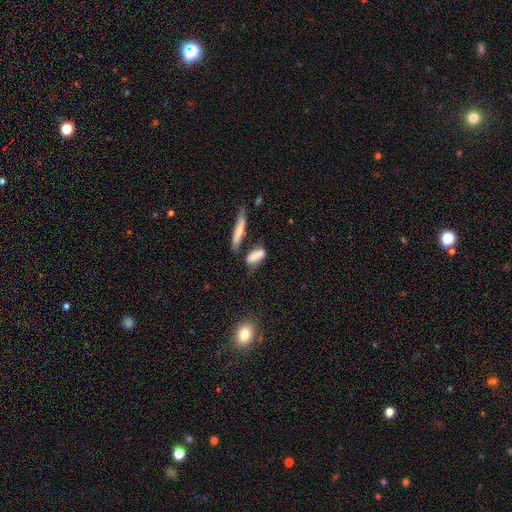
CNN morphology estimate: Q: Smooth or featured?
A: smooth (77%); runner-up: featured or disk (13%)
Q: How rounded?
A: in between (65%); runner-up: cigar-shaped (31%)
Q: Merging?
A: none (47%); runner-up: minor disturbance (23%)